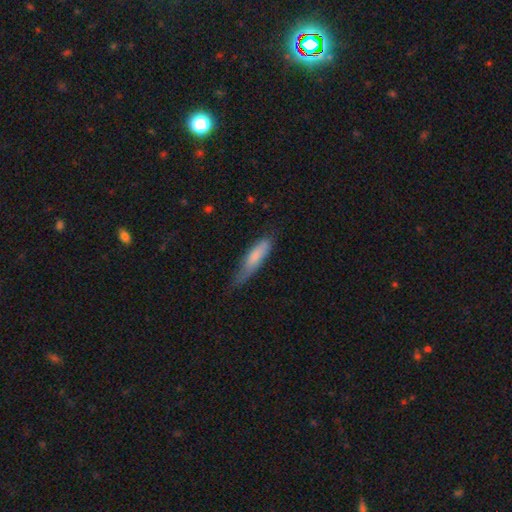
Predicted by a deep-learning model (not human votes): Smooth or featured: smooth — 74% (featured or disk — 20%)
How rounded: cigar-shaped — 66% (in between — 33%)
Merging: none — 52% (minor disturbance — 36%)